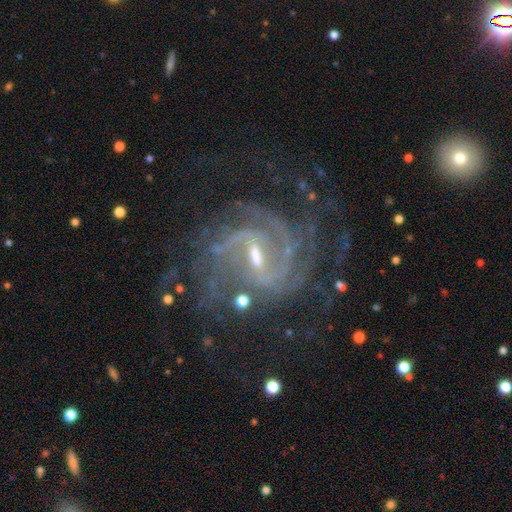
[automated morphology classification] Smooth or featured?
  - featured or disk: 91% *
  - star or artifact: 6%
  - smooth: 3%
Edge-on disk?
  - no: 97% *
  - yes: 3%
Bar?
  - strong: 47% *
  - weak: 42%
  - no: 11%
Spiral arms?
  - yes: 98% *
  - no: 2%
Spiral winding?
  - tight: 51% *
  - medium: 40%
  - loose: 9%
Spiral arm count?
  - 2: 26% *
  - 3: 20%
  - 4: 19%
  - can't tell: 18%
  - more than 4: 10%
  - 1: 8%
Bulge size?
  - small: 62% *
  - moderate: 33%
  - none: 2%
  - large: 2%
  - dominant: 1%
Merging?
  - none: 66% *
  - minor disturbance: 17%
  - major disturbance: 15%
  - merger: 2%